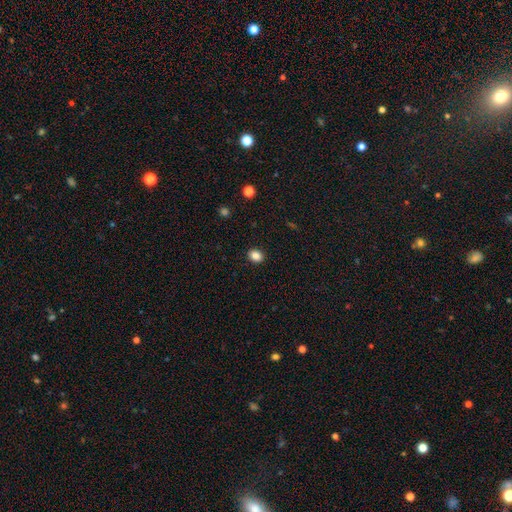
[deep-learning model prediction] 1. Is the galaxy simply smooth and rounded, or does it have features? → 86% smooth, 10% star or artifact, 4% featured or disk.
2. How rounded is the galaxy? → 52% in between, 47% round, 1% cigar-shaped.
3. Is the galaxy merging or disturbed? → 91% none, 7% minor disturbance, 2% major disturbance, 1% merger.